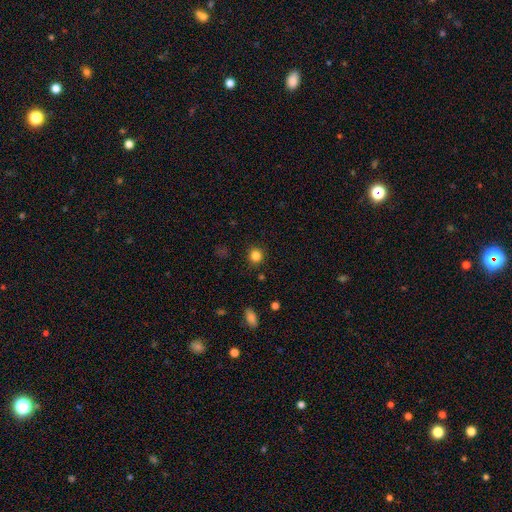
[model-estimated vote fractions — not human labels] Smooth or featured? Predicted: smooth (p=0.83). How rounded? Predicted: round (p=0.91). Merging? Predicted: none (p=0.90).